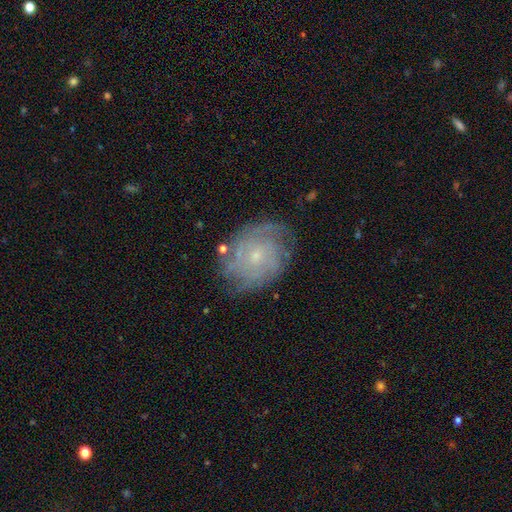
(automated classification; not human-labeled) A featured or disk galaxy (73%) with no bar (78%), tight (67%) spiral arms (88%) and a small central bulge (75%).

Vote fractions:
- Smooth or featured? featured or disk: 73% / smooth: 18% / star or artifact: 9%
- Edge-on disk? no: 97% / yes: 3%
- Bar? no: 78% / weak: 19% / strong: 3%
- Spiral arms? yes: 88% / no: 12%
- Spiral winding? tight: 67% / medium: 25% / loose: 8%
- Spiral arm count? can't tell: 50% / 2: 14% / 3: 13% / 4: 11% / more than 4: 6% / 1: 6%
- Bulge size? small: 75% / moderate: 20% / none: 3% / large: 1% / dominant: 1%
- Merging? none: 73% / minor disturbance: 18% / major disturbance: 7% / merger: 2%